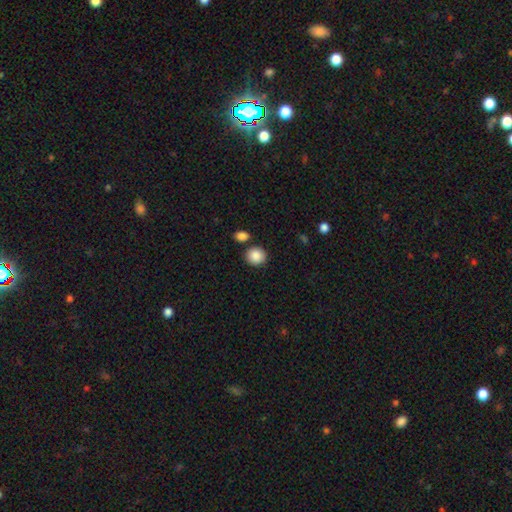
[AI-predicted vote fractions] The model was most divided on "how rounded": round: 85%, in between: 14%, cigar-shaped: 1%. More confident: smooth or featured — smooth (89%); merging — none (82%).